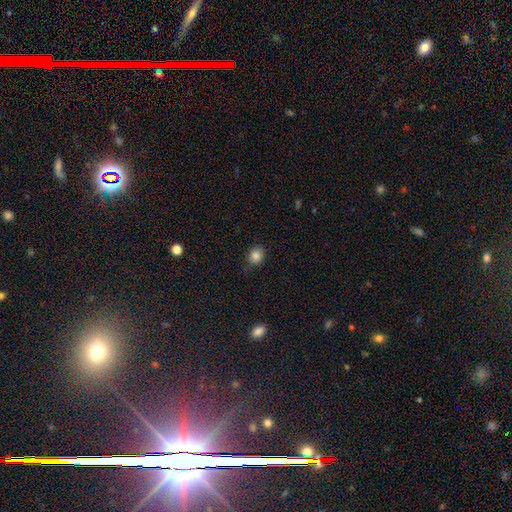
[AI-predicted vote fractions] Overall: smooth (84%). How rounded: round (64%; in between 35%). Merging: none (81%).